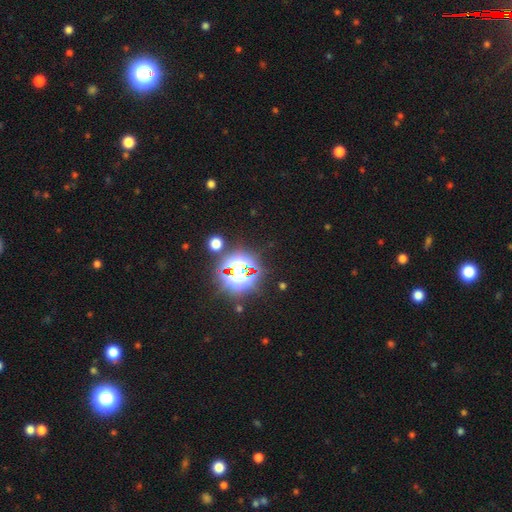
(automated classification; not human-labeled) This is likely a star or artifact rather than a galaxy (79%).